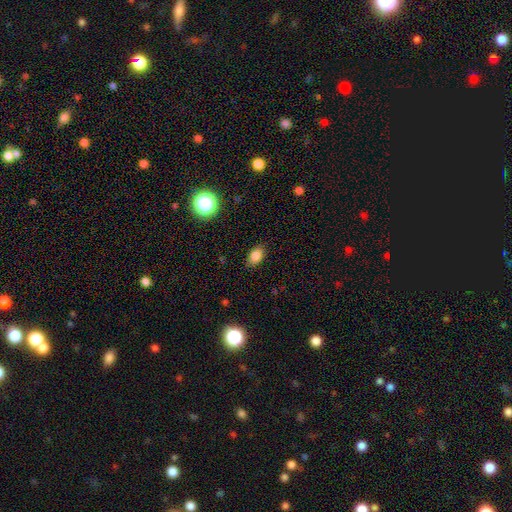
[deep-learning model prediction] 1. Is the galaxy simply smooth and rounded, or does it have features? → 83% smooth, 11% star or artifact, 6% featured or disk.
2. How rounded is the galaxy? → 84% in between, 14% round, 2% cigar-shaped.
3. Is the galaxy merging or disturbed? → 86% none, 10% minor disturbance, 3% major disturbance, 1% merger.